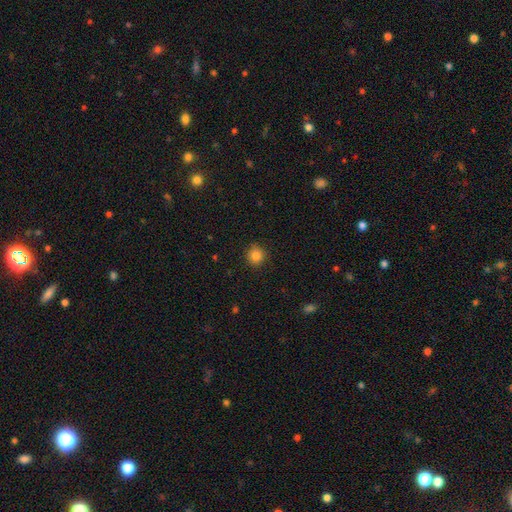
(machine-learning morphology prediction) A smooth galaxy with no disk features (84%) that is round (91%). Merging: none (88%).